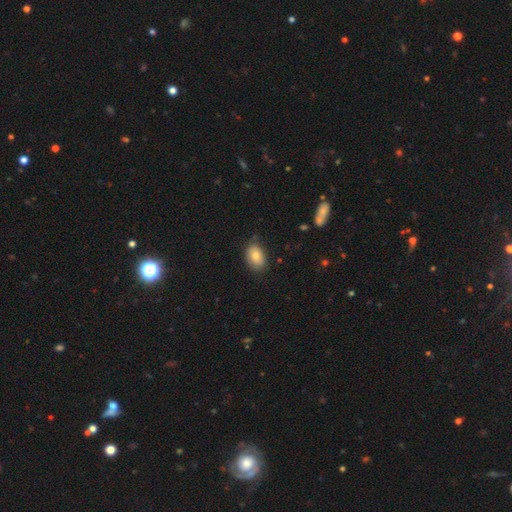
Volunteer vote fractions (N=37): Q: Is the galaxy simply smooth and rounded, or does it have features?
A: smooth — 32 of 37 (86%).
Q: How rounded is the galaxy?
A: in between — 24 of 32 (75%).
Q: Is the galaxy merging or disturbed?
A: none — 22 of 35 (63%).